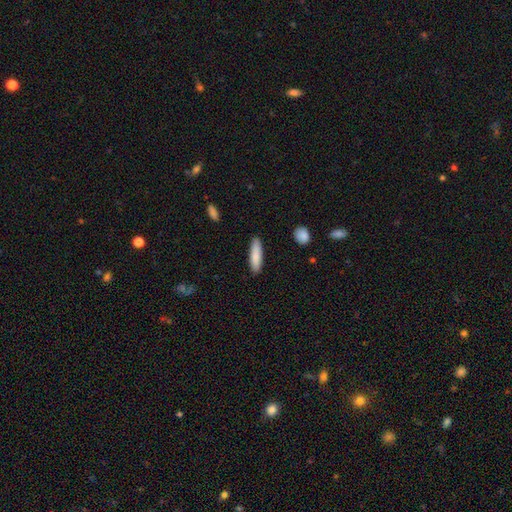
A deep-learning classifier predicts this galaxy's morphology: A smooth galaxy with no disk features (85%) that is cigar-shaped (73%). Merging: none (89%).